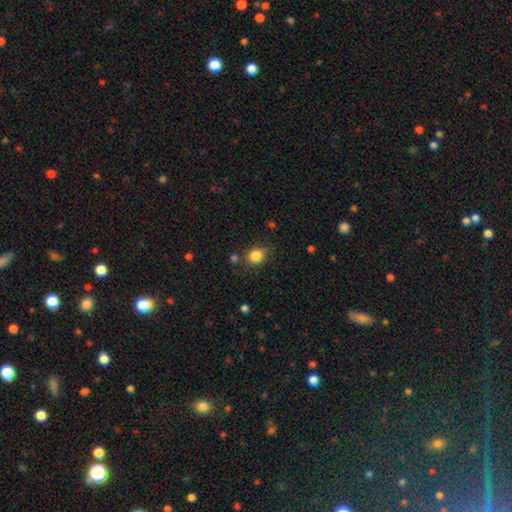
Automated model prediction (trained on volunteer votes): Smooth or featured? smooth (84%)
How rounded? round (69%)
Merging? none (74%)